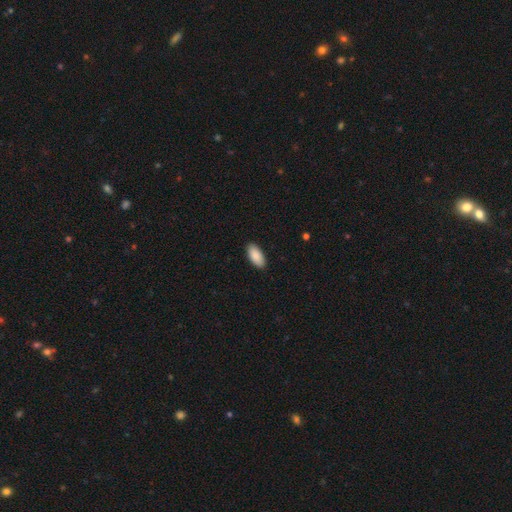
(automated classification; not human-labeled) smooth_or_featured: smooth (p=0.91) [alt: star or artifact p=0.06]
how_rounded: in between (p=0.91) [alt: cigar-shaped p=0.07]
merging: none (p=0.90) [alt: minor disturbance p=0.08]